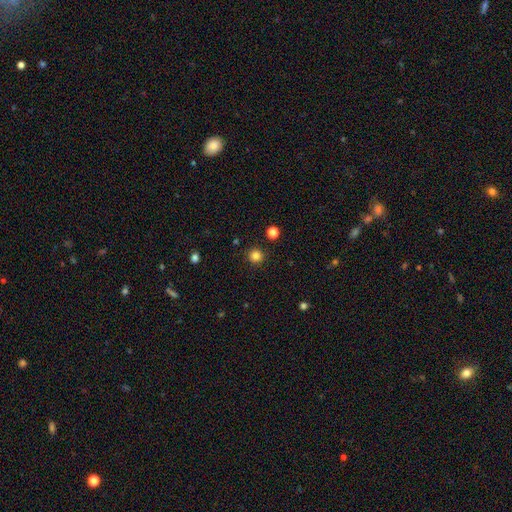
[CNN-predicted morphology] This appears to be a smooth galaxy with no disk features (83%) that is round (95%). Merging: none (92%).